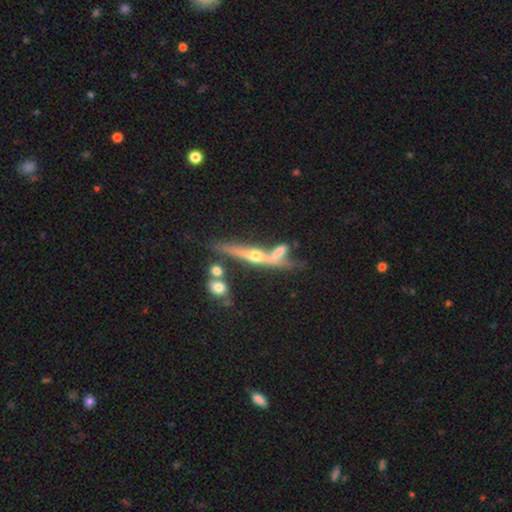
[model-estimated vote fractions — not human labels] featured or disk 78%, smooth 14%, star or artifact 8%. Down the decision tree: edge-on disk — yes (91%); edge-on bulge — rounded (88%); merging — none (48%).